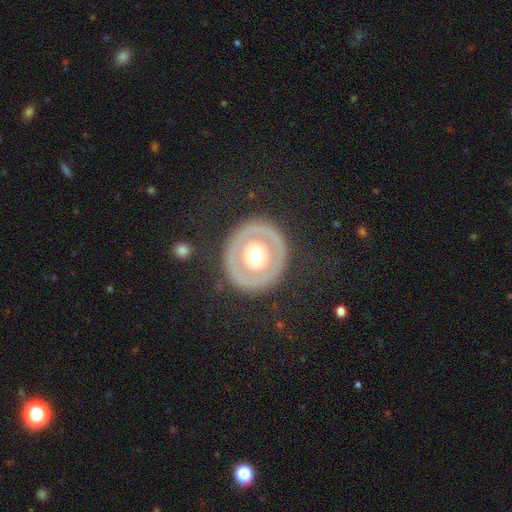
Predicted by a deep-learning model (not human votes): A featured or disk galaxy (55%) with no bar (90%), no spiral arms (90%) and a moderate central bulge (61%). Merging: none (81%).